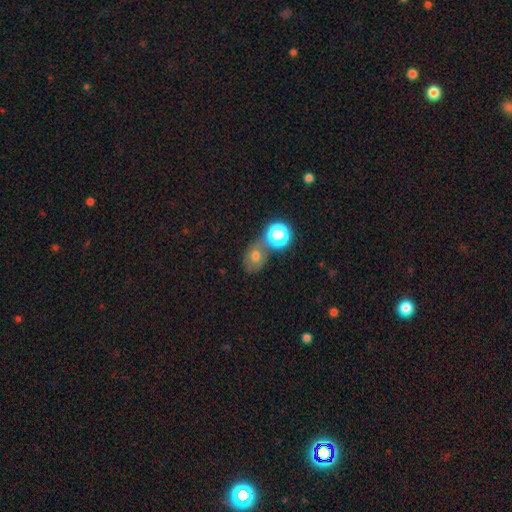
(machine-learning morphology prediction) smooth 54%, star or artifact 24%, featured or disk 22%. Down the decision tree: how rounded — round (58%); merging — none (49%).